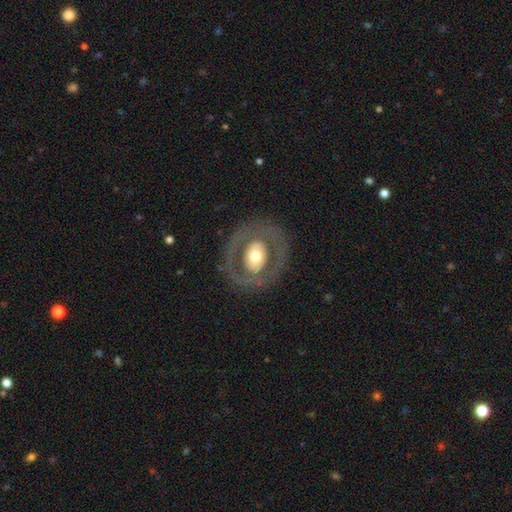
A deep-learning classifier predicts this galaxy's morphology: The model was most divided on "bar": no: 46%, weak: 29%, strong: 25%. More confident: edge-on disk — no (92%); merging — none (84%); spiral arms — no (69%); smooth or featured — featured or disk (67%); bulge size — moderate (62%).